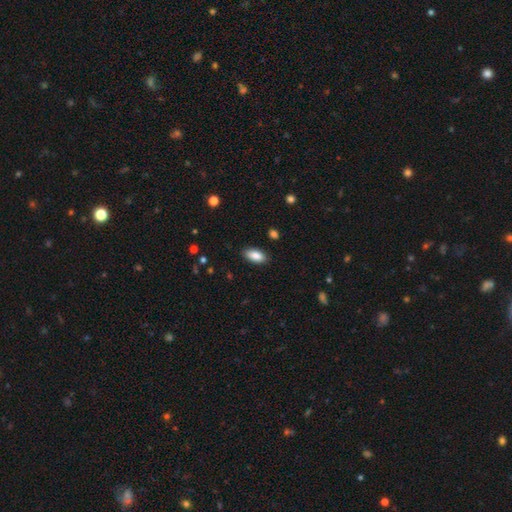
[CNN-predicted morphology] smooth 87%, star or artifact 7%, featured or disk 6%. Down the decision tree: how rounded — in between (90%); merging — none (87%).